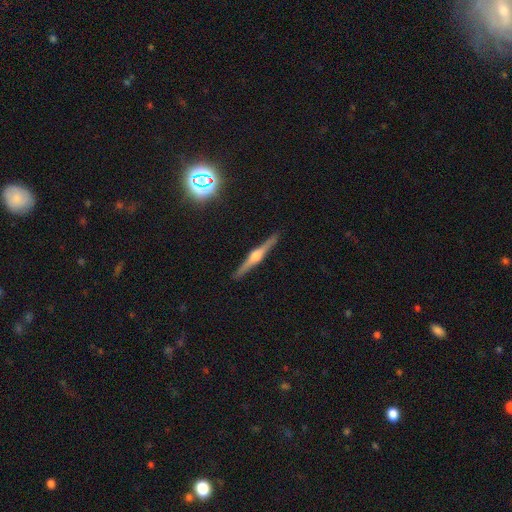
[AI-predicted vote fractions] This appears to be a featured or disk galaxy (83%) viewed edge-on (98%) with a rounded central bulge (92%). Merging: none (92%).